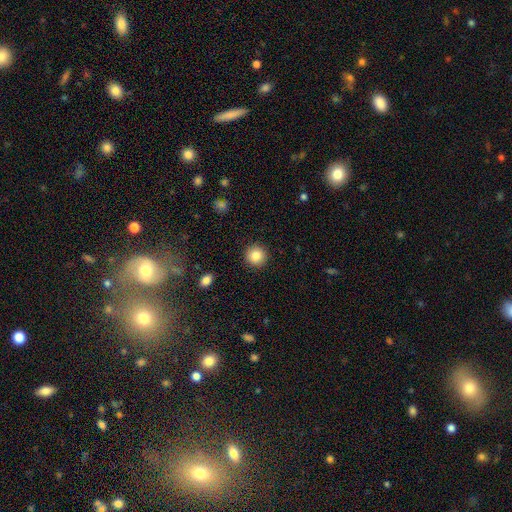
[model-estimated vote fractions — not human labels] This appears to be a smooth galaxy with no disk features (84%) that is round (94%). Merging: none (92%).